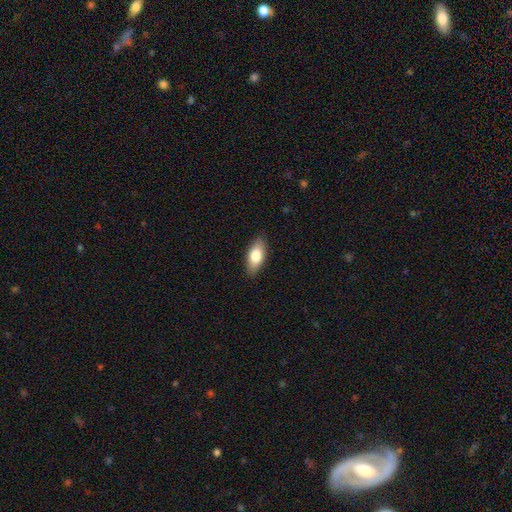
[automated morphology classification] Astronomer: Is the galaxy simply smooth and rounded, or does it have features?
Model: smooth — 78%.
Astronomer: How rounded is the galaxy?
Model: in between — 86%.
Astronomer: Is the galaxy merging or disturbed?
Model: none — 87%.